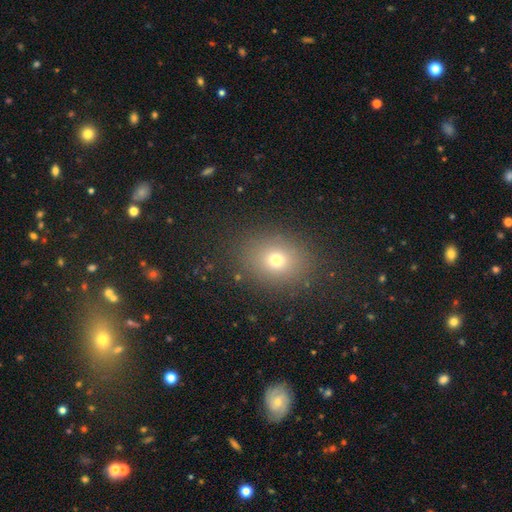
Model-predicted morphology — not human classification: This is likely a smooth galaxy (67%). How rounded: possibly round (51%). Merging: clearly none (87%).